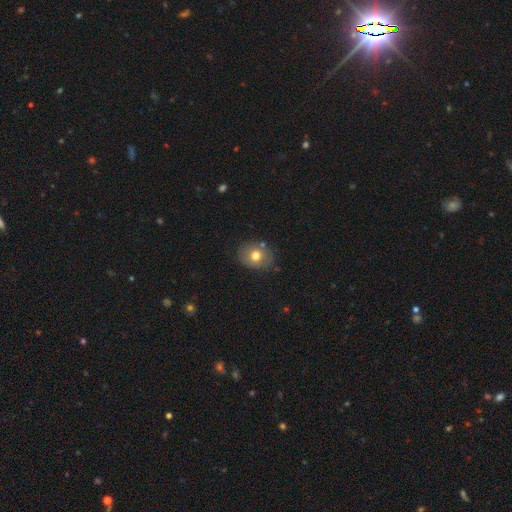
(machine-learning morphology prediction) smooth-or-featured: smooth: 70% | featured or disk: 20% | star or artifact: 10%
  how-rounded: round: 53% | in between: 46% | cigar-shaped: 1%
  merging: none: 79% | minor disturbance: 13% | merger: 4% | major disturbance: 3%